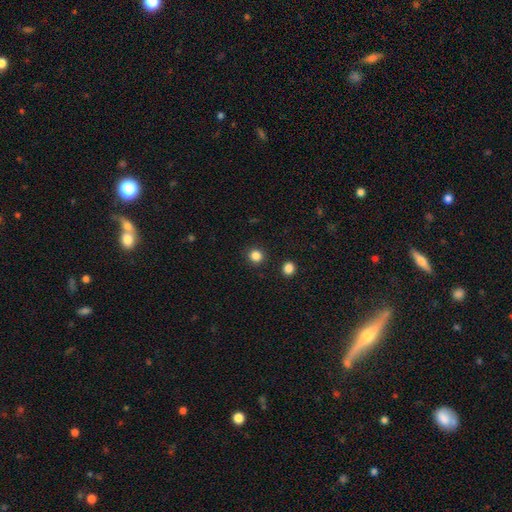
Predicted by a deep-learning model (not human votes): The model was most divided on "smooth or featured": smooth: 84%, star or artifact: 12%, featured or disk: 4%. More confident: how rounded — round (93%); merging — none (91%).